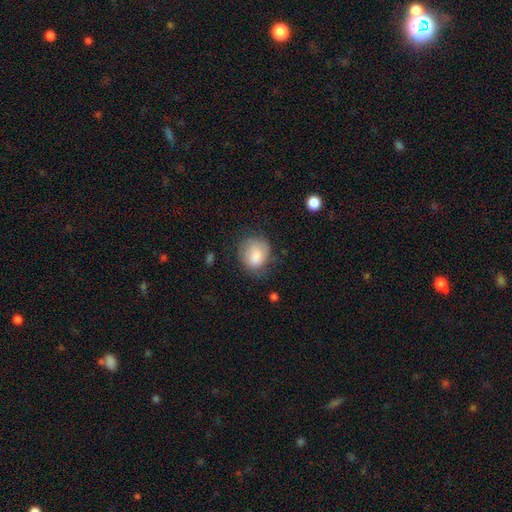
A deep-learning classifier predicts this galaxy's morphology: A smooth galaxy with no disk features (82%) that is round (69%).

Vote fractions:
- Smooth or featured? smooth: 82% / featured or disk: 11% / star or artifact: 7%
- How rounded? round: 69% / in between: 30% / cigar-shaped: 1%
- Merging? none: 61% / minor disturbance: 26% / major disturbance: 11% / merger: 2%